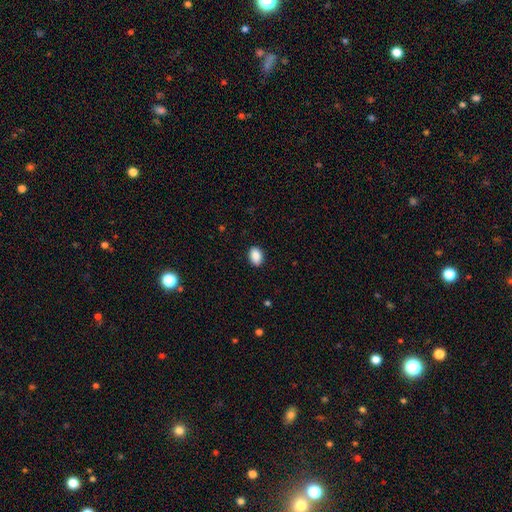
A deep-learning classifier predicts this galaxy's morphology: Overall: smooth (89%). How rounded: in between (84%). Merging: none (89%).